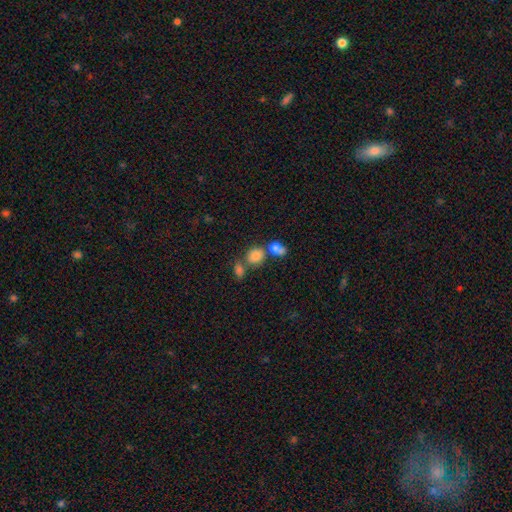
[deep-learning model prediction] This is clearly a smooth galaxy (80%). How rounded: likely round (63%). Merging: possibly none (48%).